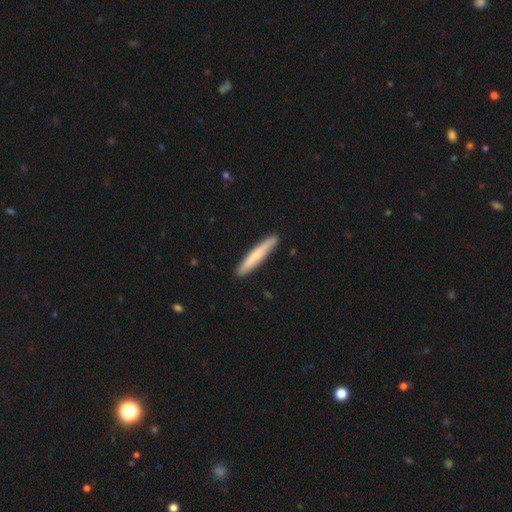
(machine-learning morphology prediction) smooth_or_featured: smooth (p=0.71) [alt: featured or disk p=0.24]
how_rounded: cigar-shaped (p=0.94) [alt: in between p=0.04]
merging: none (p=0.90) [alt: minor disturbance p=0.08]